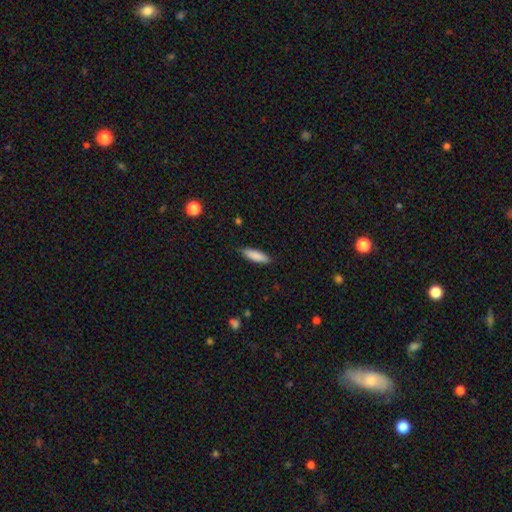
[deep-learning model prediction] Morphology: type=smooth (87%); roundness=cigar-shaped (56%); merging=none (86%).